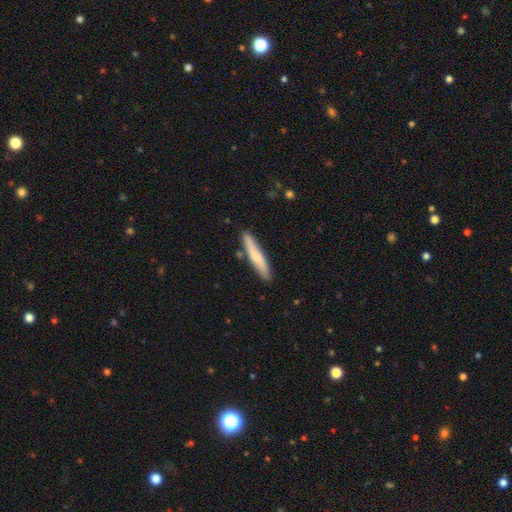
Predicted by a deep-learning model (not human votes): Smooth or featured: smooth — 63% (featured or disk — 31%)
How rounded: cigar-shaped — 91% (in between — 7%)
Merging: none — 84% (minor disturbance — 11%)